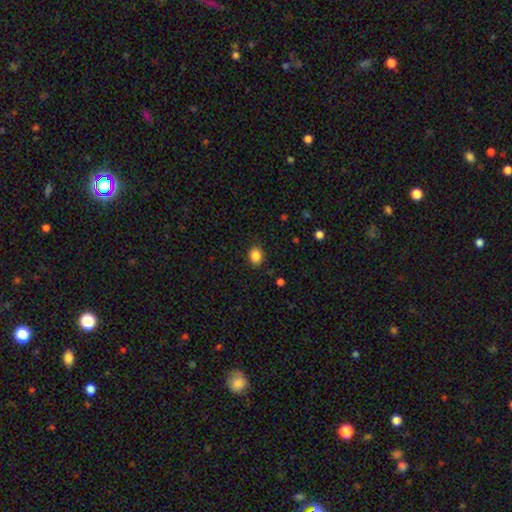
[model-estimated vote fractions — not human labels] Q: Smooth or featured?
A: smooth (87%); runner-up: star or artifact (10%)
Q: How rounded?
A: in between (55%); runner-up: round (44%)
Q: Merging?
A: none (87%); runner-up: minor disturbance (9%)